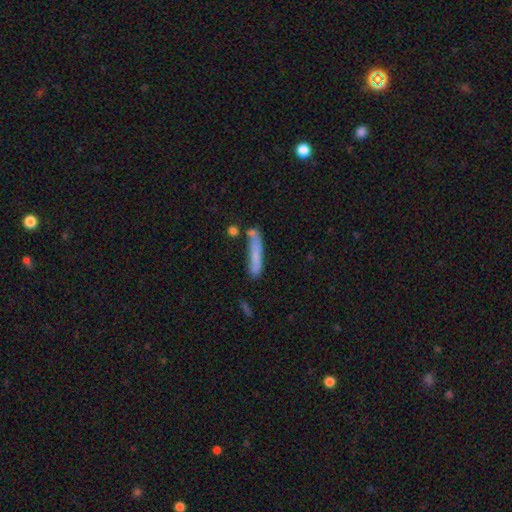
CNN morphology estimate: The model was most divided on "merging": none: 58%, minor disturbance: 20%, merger: 14%, major disturbance: 8%. More confident: how rounded — cigar-shaped (90%); smooth or featured — smooth (70%).